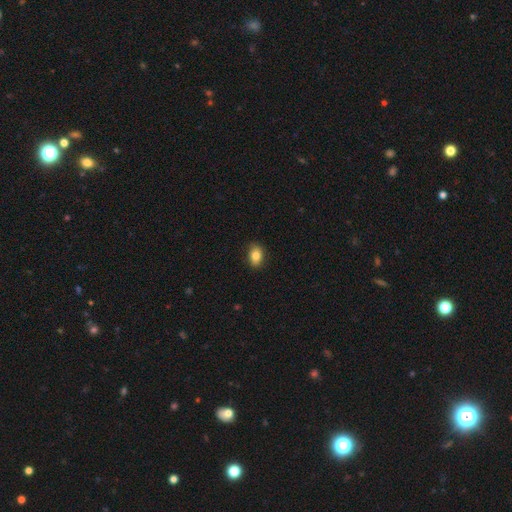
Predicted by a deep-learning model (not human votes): Smooth or featured?
  - smooth: 84% *
  - star or artifact: 9%
  - featured or disk: 7%
How rounded?
  - in between: 78% *
  - round: 20%
  - cigar-shaped: 2%
Merging?
  - none: 87% *
  - minor disturbance: 10%
  - major disturbance: 2%
  - merger: 1%